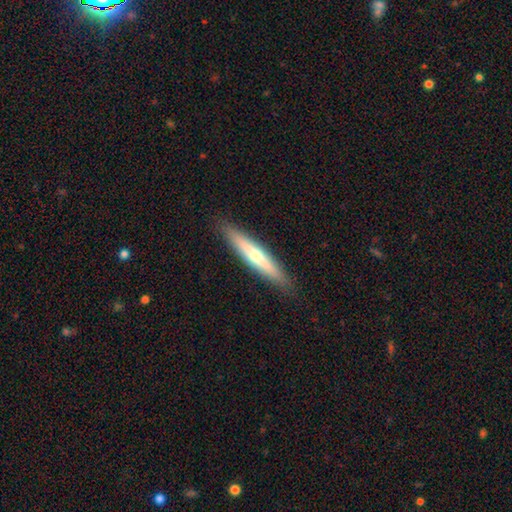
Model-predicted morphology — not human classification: The model was most divided on "smooth or featured": featured or disk: 48%, smooth: 47%, star or artifact: 5%. More confident: merging — none (90%).